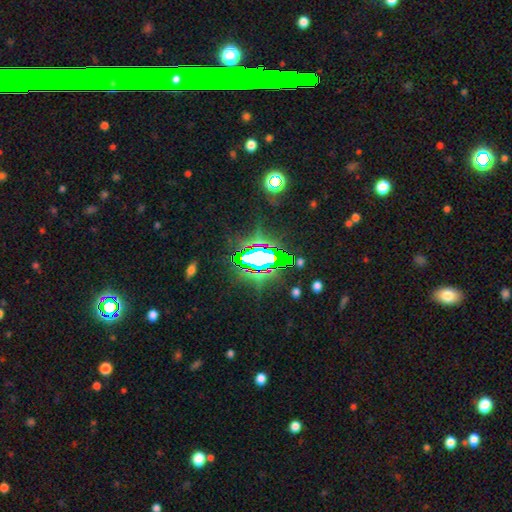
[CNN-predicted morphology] A star or artifact, not a galaxy (76%).